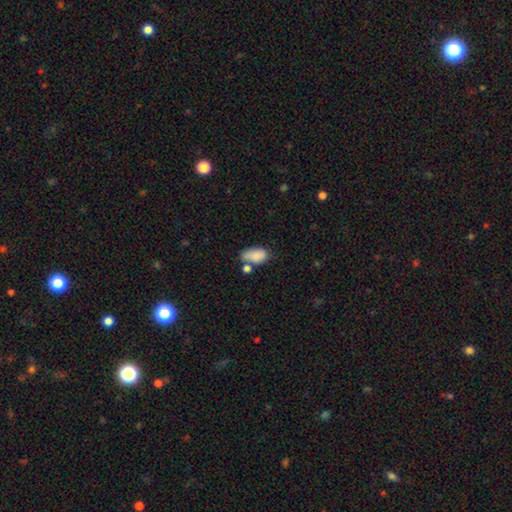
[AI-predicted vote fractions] The model was most divided on "merging": none: 45%, merger: 25%, minor disturbance: 21%, major disturbance: 8%. More confident: how rounded — in between (92%); smooth or featured — smooth (84%).